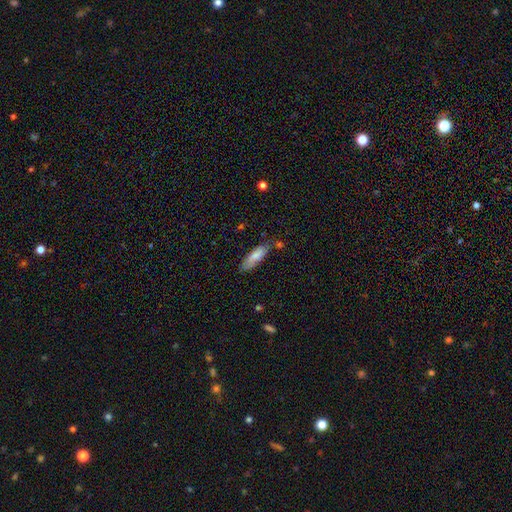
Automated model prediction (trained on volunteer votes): This is likely a smooth galaxy (78%). How rounded: possibly cigar-shaped (52%). Merging: likely none (64%).